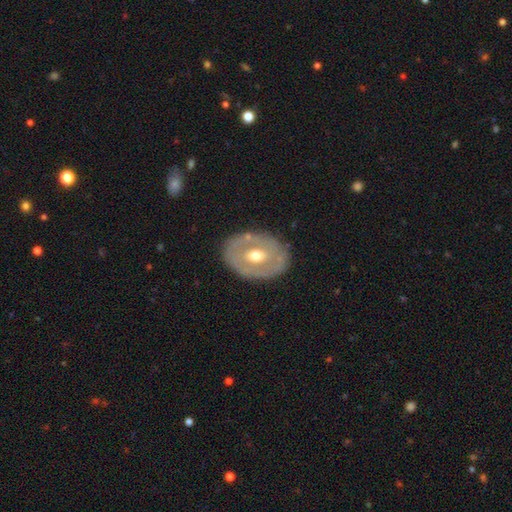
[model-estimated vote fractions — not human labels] Smooth or featured?
  - featured or disk: 60% *
  - smooth: 34%
  - star or artifact: 5%
Edge-on disk?
  - no: 92% *
  - yes: 8%
Bar?
  - no: 61% *
  - weak: 27%
  - strong: 11%
Spiral arms?
  - no: 79% *
  - yes: 21%
Bulge size?
  - moderate: 75% *
  - small: 16%
  - large: 7%
  - dominant: 1%
  - none: 1%
Merging?
  - none: 80% *
  - minor disturbance: 14%
  - major disturbance: 4%
  - merger: 2%